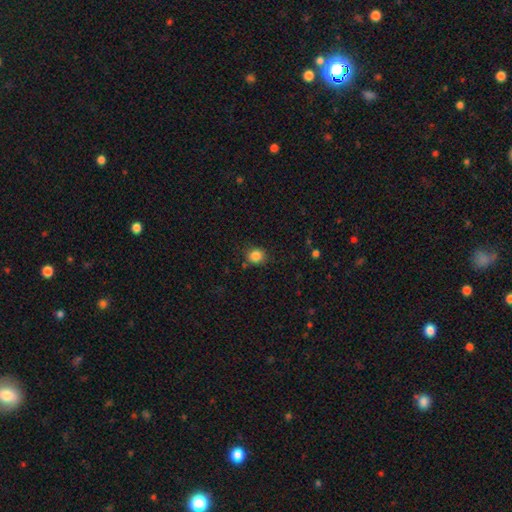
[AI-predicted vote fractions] Smooth or featured? smooth (85%)
How rounded? round (81%)
Merging? none (81%)